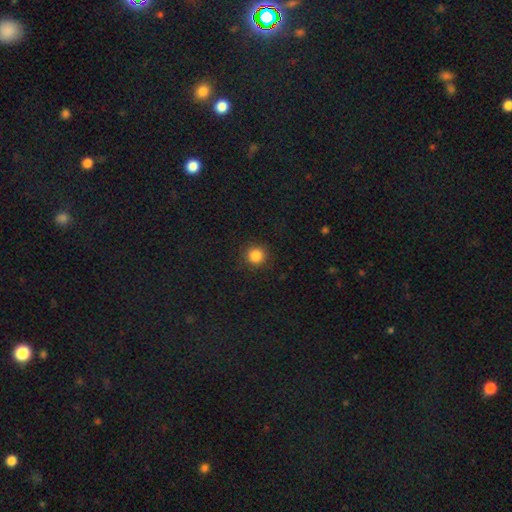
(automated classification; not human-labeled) This appears to be a smooth galaxy with no disk features (85%) that is round (94%). Merging: none (90%).